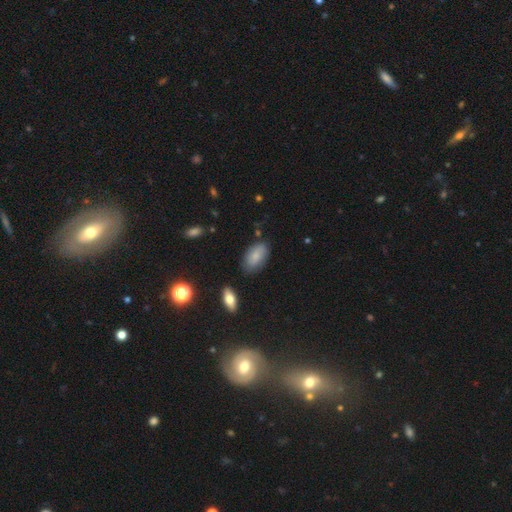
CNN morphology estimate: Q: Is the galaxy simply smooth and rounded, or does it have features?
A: smooth — 78%.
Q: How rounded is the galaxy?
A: in between — 93%.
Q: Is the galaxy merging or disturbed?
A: none — 75%.